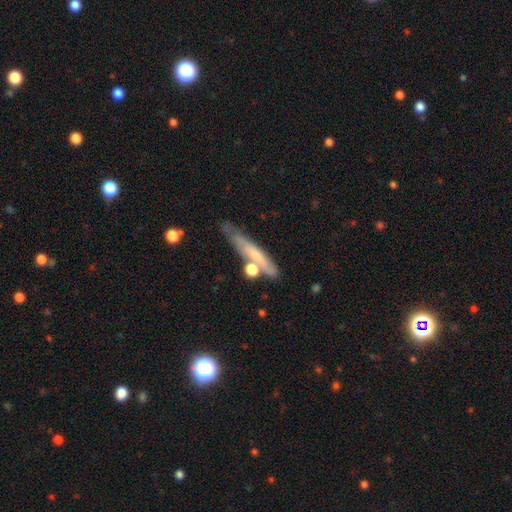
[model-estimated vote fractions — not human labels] A smooth galaxy with no disk features (52%) that is cigar-shaped (87%). Merging: none (60%).